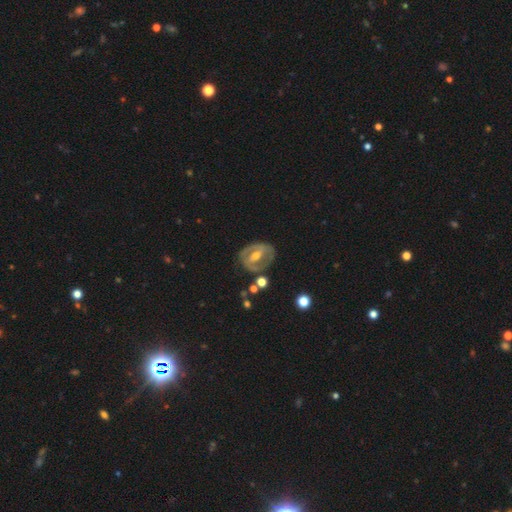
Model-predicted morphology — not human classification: This appears to be a featured or disk galaxy (77%) with a strong bar (54%), spiral arms (61%) and a moderate central bulge (61%). Merging: none (68%).